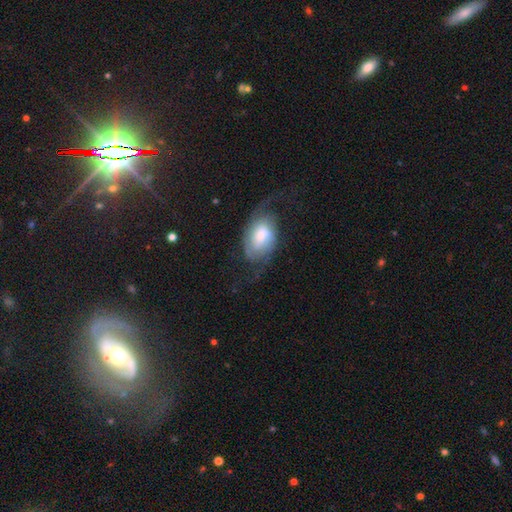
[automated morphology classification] featured or disk 60%, smooth 24%, star or artifact 16%. Down the decision tree: edge-on disk — no (94%); bar — no (59%); spiral arms — yes (87%); bulge size — moderate (43%); merging — none (64%).